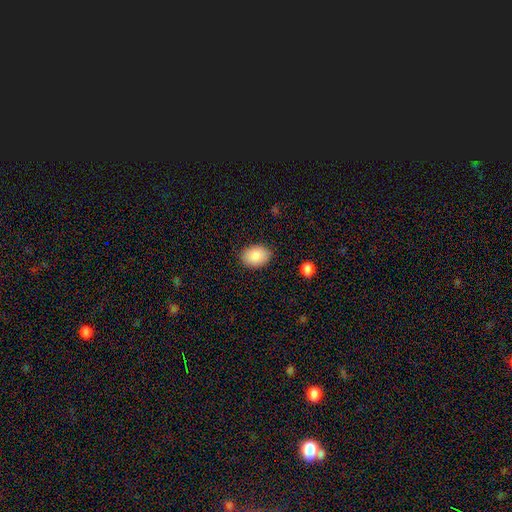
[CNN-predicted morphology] Overall: smooth (89%). How rounded: in between (83%). Merging: none (86%).